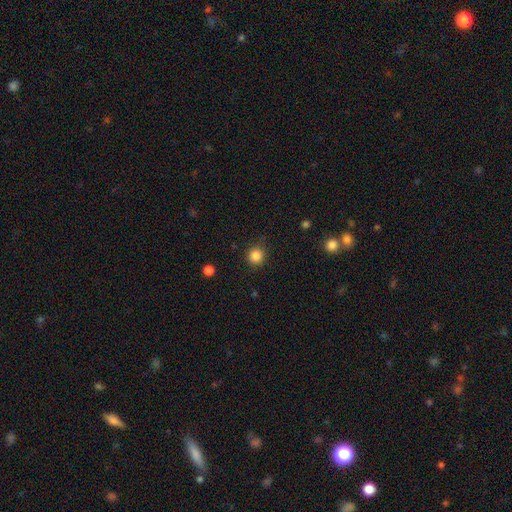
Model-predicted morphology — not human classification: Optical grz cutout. It shows a smooth galaxy with no disk features (85%) that is round (92%). Merging: none (87%).